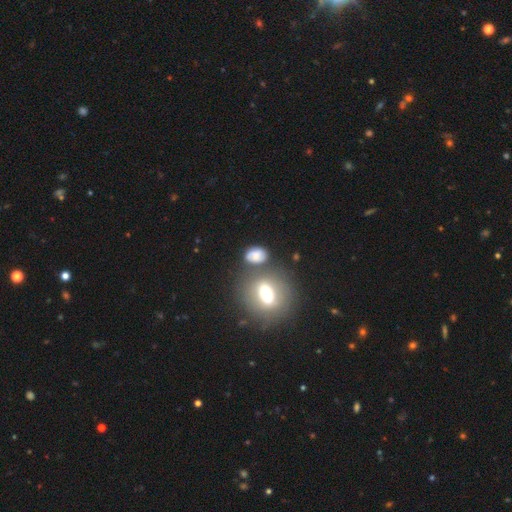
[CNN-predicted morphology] smooth 69%, featured or disk 20%, star or artifact 11%. Down the decision tree: how rounded — in between (68%); merging — none (50%).